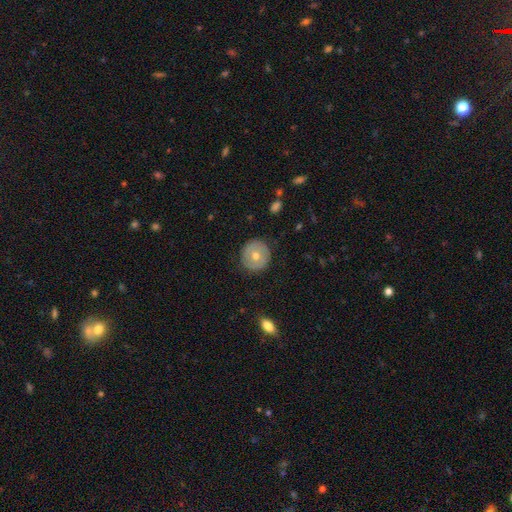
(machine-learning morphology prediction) type=smooth (55%); roundness=round (93%); merging=none (88%).